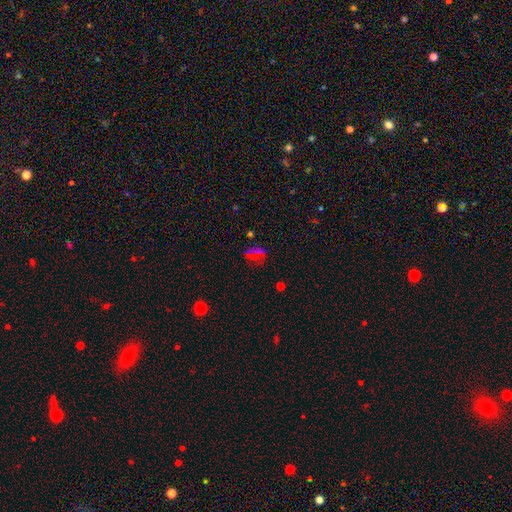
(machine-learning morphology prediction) A smooth galaxy with no disk features (44%, tied with star or artifact). Merging: none (68%).